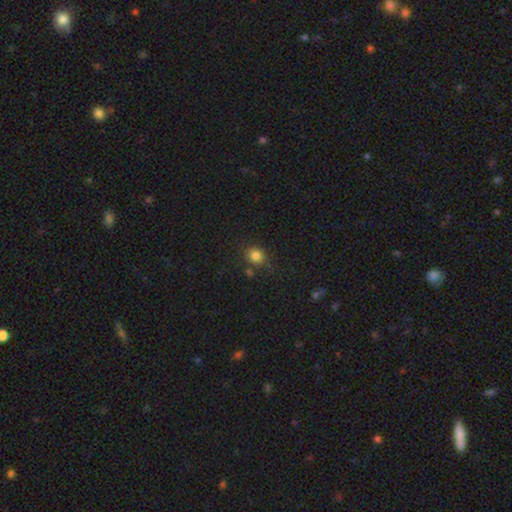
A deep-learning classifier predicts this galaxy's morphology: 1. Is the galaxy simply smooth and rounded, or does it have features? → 82% smooth, 13% star or artifact, 5% featured or disk.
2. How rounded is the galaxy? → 73% round, 26% in between, 1% cigar-shaped.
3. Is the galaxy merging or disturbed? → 79% none, 12% minor disturbance, 6% merger, 3% major disturbance.